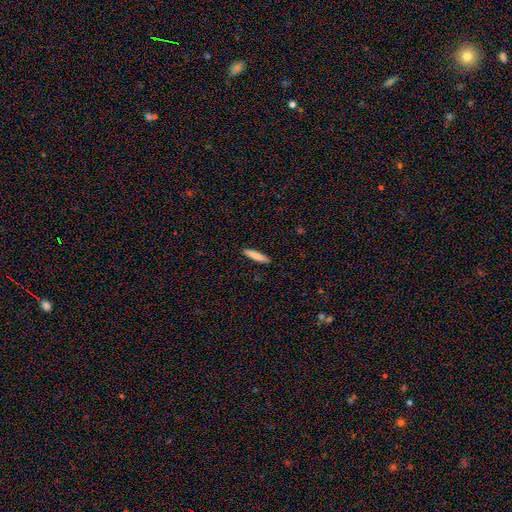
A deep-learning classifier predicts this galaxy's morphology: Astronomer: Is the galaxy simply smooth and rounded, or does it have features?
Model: smooth — 84%.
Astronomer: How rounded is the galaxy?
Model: cigar-shaped — 87%.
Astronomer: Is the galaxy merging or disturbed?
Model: none — 91%.